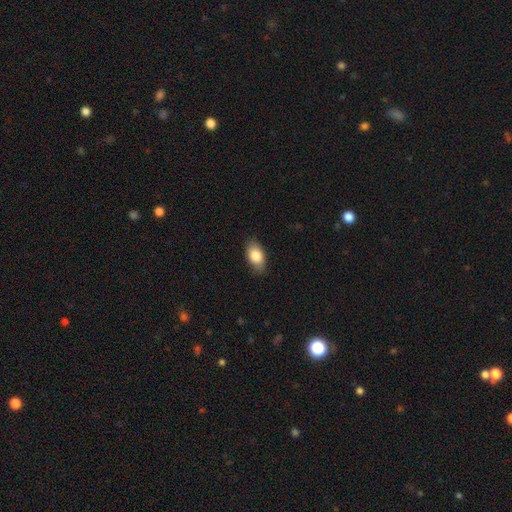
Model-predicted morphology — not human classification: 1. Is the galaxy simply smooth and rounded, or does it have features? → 83% smooth, 10% featured or disk, 7% star or artifact.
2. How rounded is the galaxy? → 91% in between, 6% round, 3% cigar-shaped.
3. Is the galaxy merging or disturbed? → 83% none, 14% minor disturbance, 3% major disturbance, 1% merger.